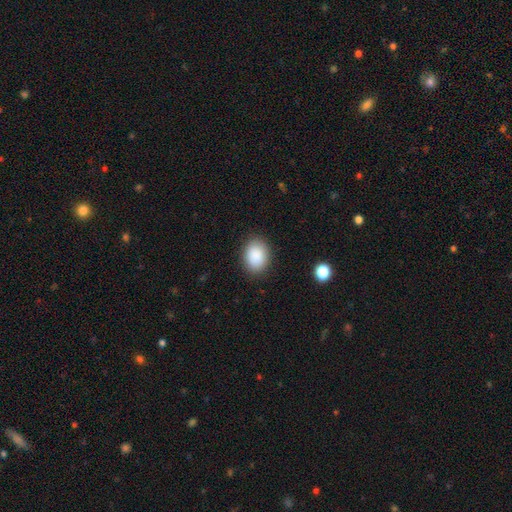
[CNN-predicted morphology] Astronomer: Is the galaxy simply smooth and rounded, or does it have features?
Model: smooth — 89%.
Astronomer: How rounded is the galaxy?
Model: in between — 71%.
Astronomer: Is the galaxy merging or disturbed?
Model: none — 87%.